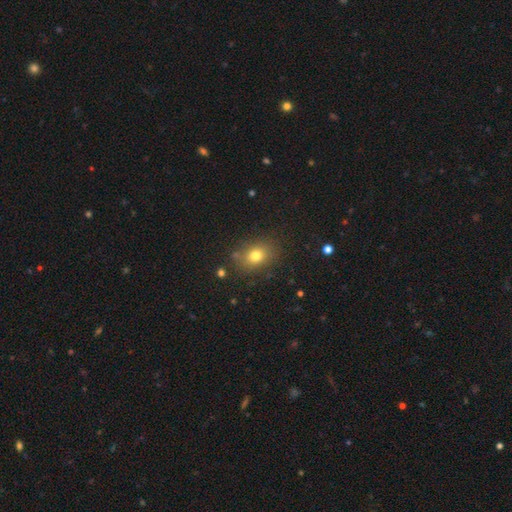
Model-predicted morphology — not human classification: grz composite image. It shows a smooth galaxy with no disk features (76%) that is in between round and cigar-shaped (56%). Merging: none (80%).